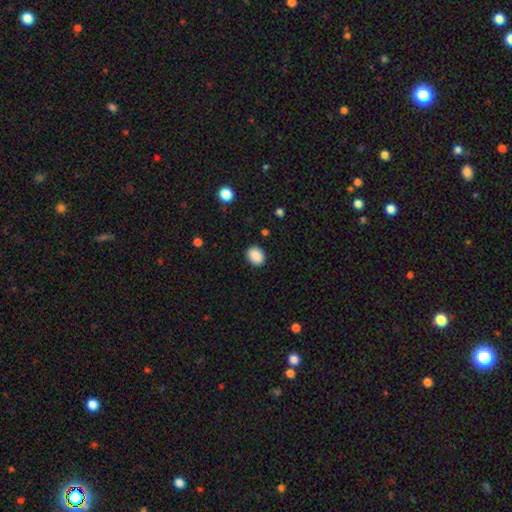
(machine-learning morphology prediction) Overall: smooth (89%). How rounded: in between (51%; round 48%). Merging: none (89%).